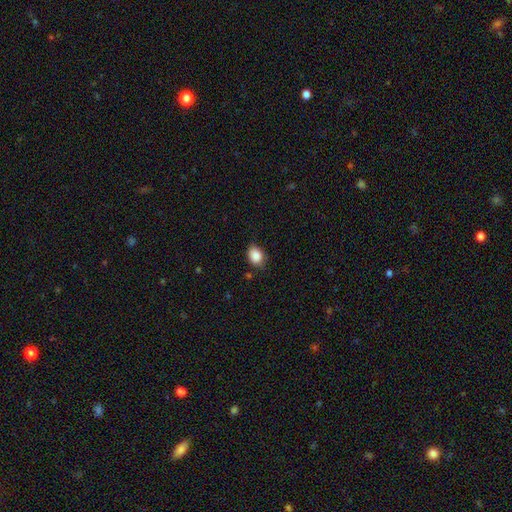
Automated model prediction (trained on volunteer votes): A smooth galaxy with no disk features (87%) that is in between round and cigar-shaped (67%). Merging: none (67%).